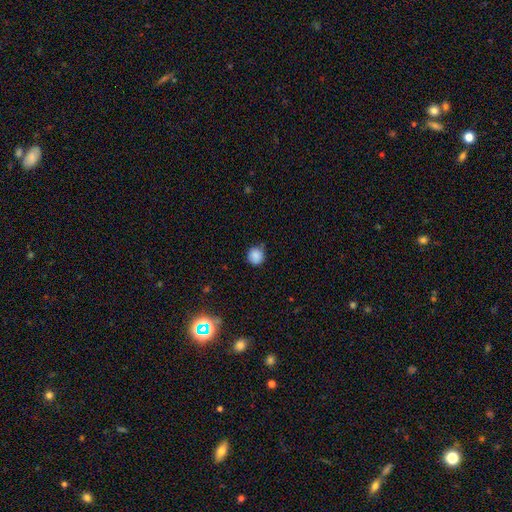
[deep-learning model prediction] Smooth or featured? Predicted: smooth (p=0.85). How rounded? Predicted: round (p=0.87). Merging? Predicted: none (p=0.69).